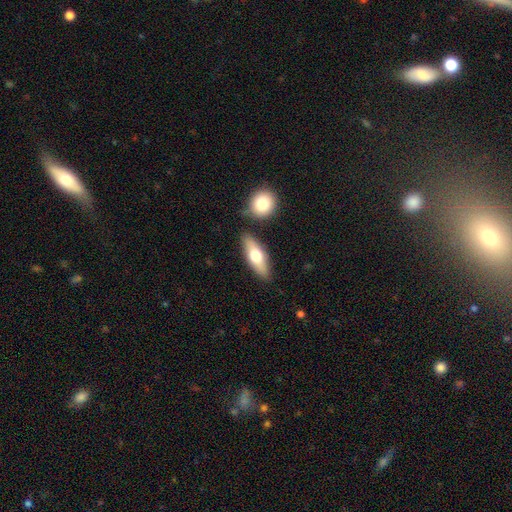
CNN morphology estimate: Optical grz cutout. It shows a smooth galaxy with no disk features (63%) that is in between round and cigar-shaped (65%). Merging: none (80%).